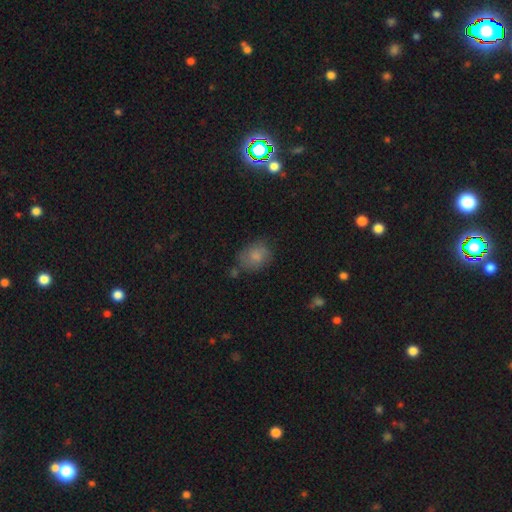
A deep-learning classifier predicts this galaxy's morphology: A smooth galaxy with no disk features (78%) that is in between round and cigar-shaped (55%). Merging: none (64%).